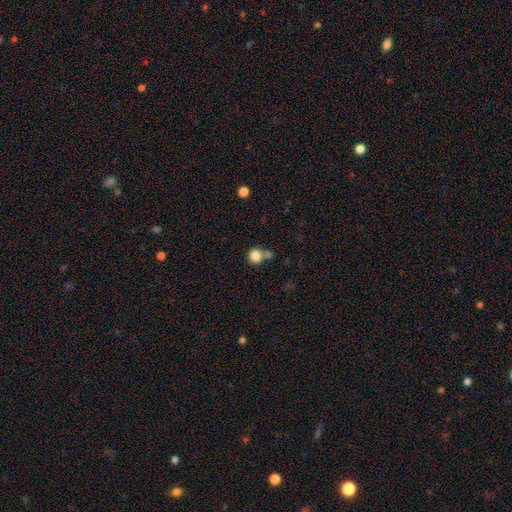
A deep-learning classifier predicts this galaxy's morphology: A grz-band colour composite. It shows a smooth galaxy with no disk features (84%) that is round (88%). Merging: none (55%).